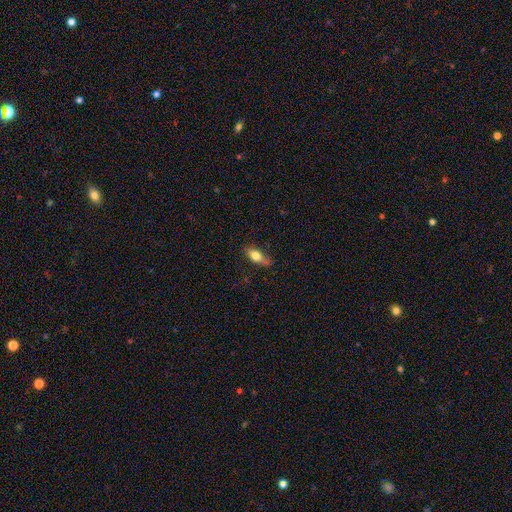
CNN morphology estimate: Smooth or featured: smooth — 73% (featured or disk — 20%)
How rounded: in between — 72% (cigar-shaped — 24%)
Merging: none — 67% (minor disturbance — 25%)